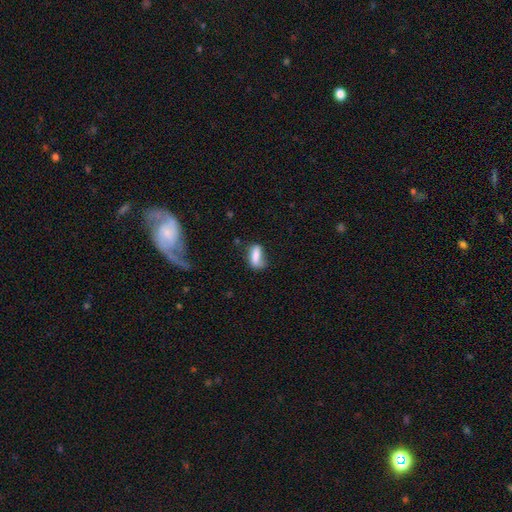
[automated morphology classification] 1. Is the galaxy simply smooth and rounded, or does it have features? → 80% smooth, 12% featured or disk, 8% star or artifact.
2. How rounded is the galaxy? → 69% in between, 27% cigar-shaped, 4% round.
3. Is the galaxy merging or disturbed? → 51% none, 29% minor disturbance, 13% major disturbance, 6% merger.